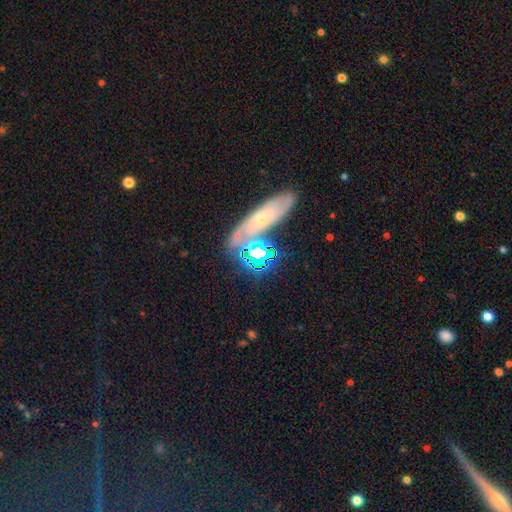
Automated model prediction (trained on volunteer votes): smooth-or-featured: star or artifact: 36% | smooth: 33% | featured or disk: 31%